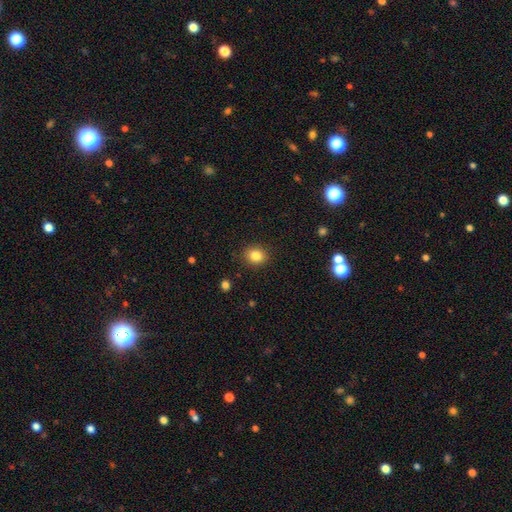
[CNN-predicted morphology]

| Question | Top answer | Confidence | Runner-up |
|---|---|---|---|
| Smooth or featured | smooth | 83% | star or artifact (11%) |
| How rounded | round | 66% | in between (33%) |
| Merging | none | 87% | minor disturbance (9%) |